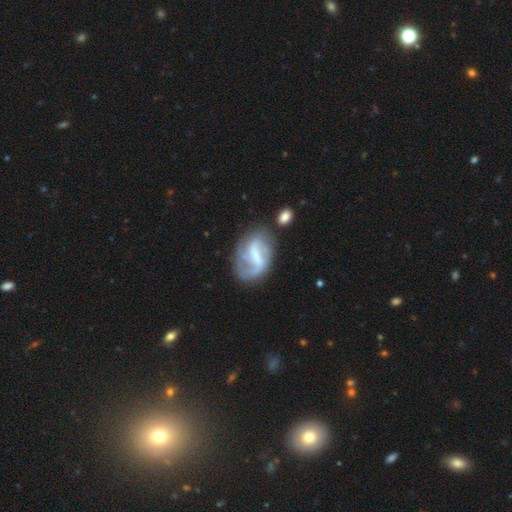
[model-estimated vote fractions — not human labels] Smooth or featured? featured or disk (72%)
Edge-on disk? no (97%)
Bar? strong (45%)
Spiral arms? yes (82%)
Spiral winding? loose (50%)
Spiral arm count? 2 (59%)
Bulge size? none (45%)
Merging? none (50%)